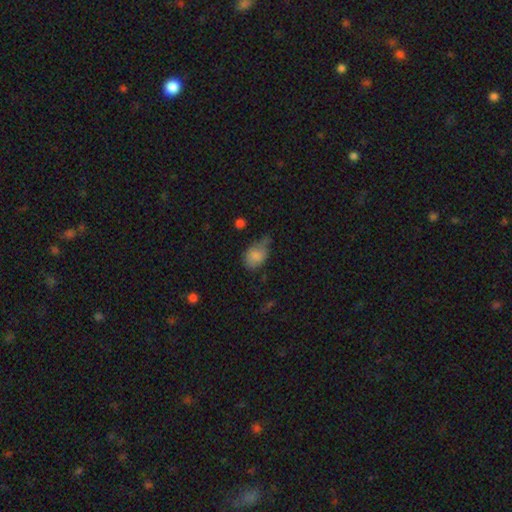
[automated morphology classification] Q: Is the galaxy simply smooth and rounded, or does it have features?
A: smooth — 80%.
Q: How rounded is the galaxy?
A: in between — 76%.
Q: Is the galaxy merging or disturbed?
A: none — 42%.